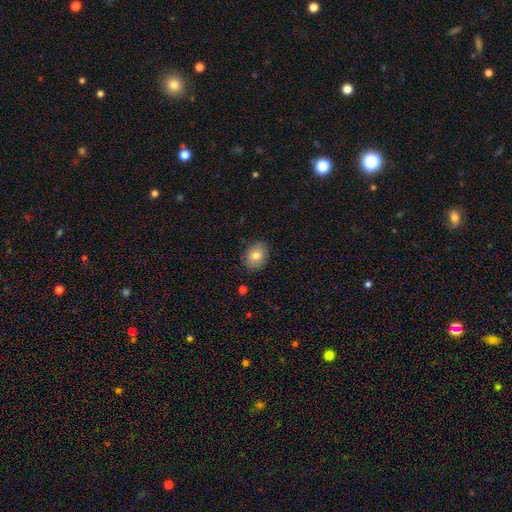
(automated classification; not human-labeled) Overall: smooth (80%). How rounded: in between (57%; round 42%). Merging: none (86%).